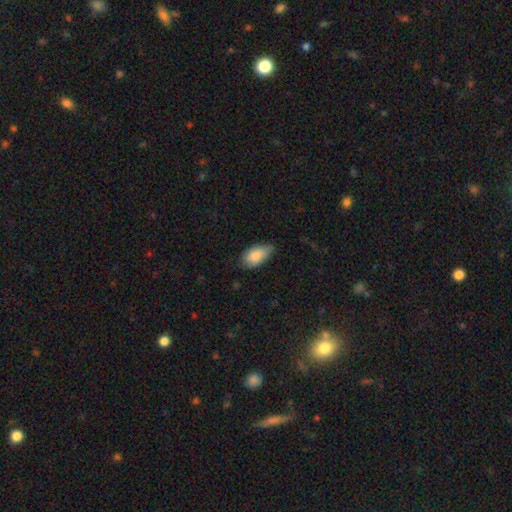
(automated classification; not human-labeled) A smooth galaxy with no disk features (86%) that is in between round and cigar-shaped (93%).

Vote fractions:
- Smooth or featured? smooth: 86% / featured or disk: 7% / star or artifact: 6%
- How rounded? in between: 93% / round: 4% / cigar-shaped: 3%
- Merging? none: 61% / minor disturbance: 33% / major disturbance: 5% / merger: 1%